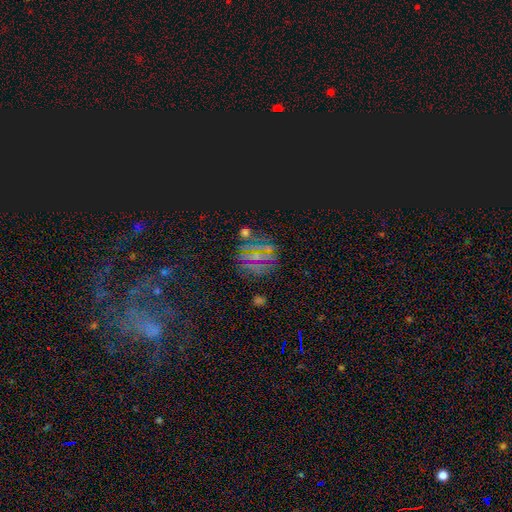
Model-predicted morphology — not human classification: A star or artifact, not a galaxy (68%).

Vote fractions:
- Smooth or featured? star or artifact: 68% / smooth: 19% / featured or disk: 13%